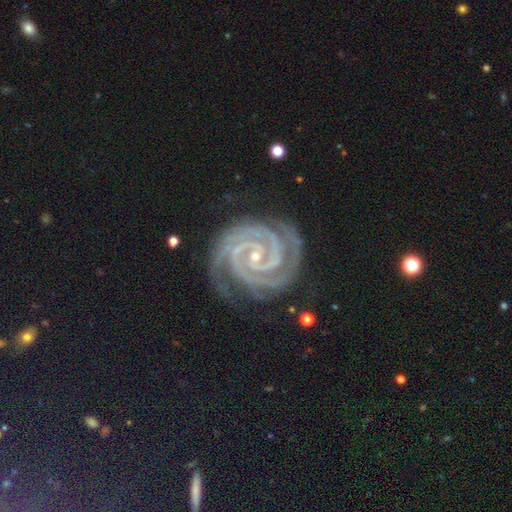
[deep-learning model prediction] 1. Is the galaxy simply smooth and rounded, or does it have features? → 93% featured or disk, 5% star or artifact, 2% smooth.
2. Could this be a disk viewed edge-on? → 98% no, 2% yes.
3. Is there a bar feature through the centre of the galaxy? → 44% no, 32% weak, 25% strong.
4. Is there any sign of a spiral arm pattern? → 99% yes, 1% no.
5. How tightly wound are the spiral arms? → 86% tight, 12% medium, 1% loose.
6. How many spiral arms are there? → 54% 2, 21% 3, 9% 4, 6% can't tell, 5% more than 4, 5% 1.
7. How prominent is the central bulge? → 85% small, 12% moderate, 2% none, 1% large, 1% dominant.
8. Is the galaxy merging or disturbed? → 78% none, 16% minor disturbance, 4% major disturbance, 2% merger.